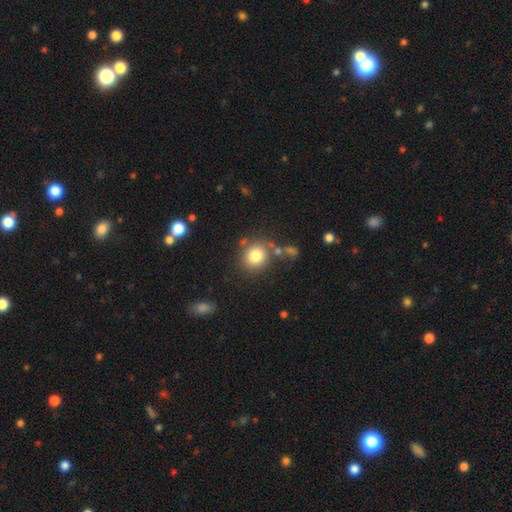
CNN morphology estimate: A smooth galaxy with no disk features (80%) that is round (81%).

Vote fractions:
- Smooth or featured? smooth: 80% / star or artifact: 11% / featured or disk: 9%
- How rounded? round: 81% / in between: 18% / cigar-shaped: 1%
- Merging? none: 74% / minor disturbance: 12% / merger: 9% / major disturbance: 5%